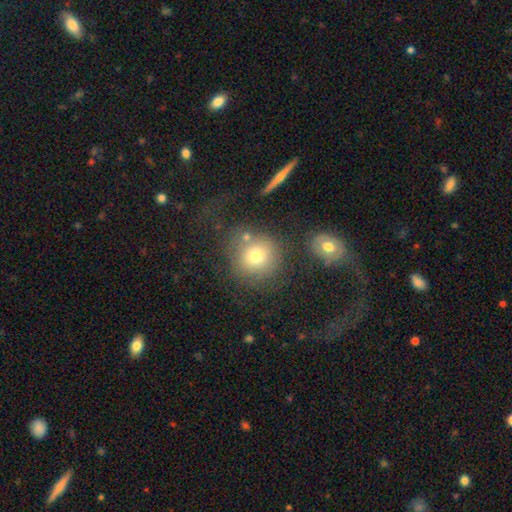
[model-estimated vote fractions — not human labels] smooth-or-featured: smooth: 73% | featured or disk: 14% | star or artifact: 13%
  how-rounded: round: 88% | in between: 11% | cigar-shaped: 1%
  merging: none: 65% | minor disturbance: 13% | merger: 13% | major disturbance: 9%